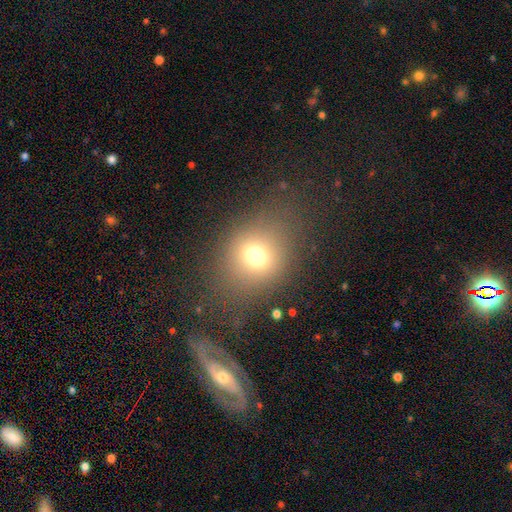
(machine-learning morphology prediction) The model was most divided on "how rounded": round: 67%, in between: 32%, cigar-shaped: 1%. More confident: merging — none (77%); smooth or featured — smooth (70%).